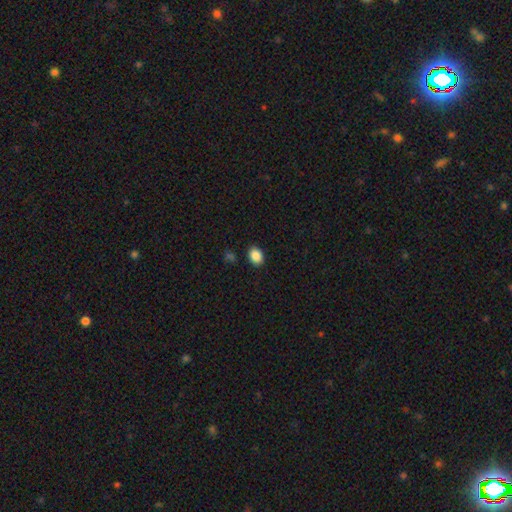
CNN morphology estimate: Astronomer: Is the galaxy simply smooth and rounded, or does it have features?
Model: smooth — 88%.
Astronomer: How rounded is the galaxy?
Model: in between — 67%.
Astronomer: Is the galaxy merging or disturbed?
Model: none — 88%.